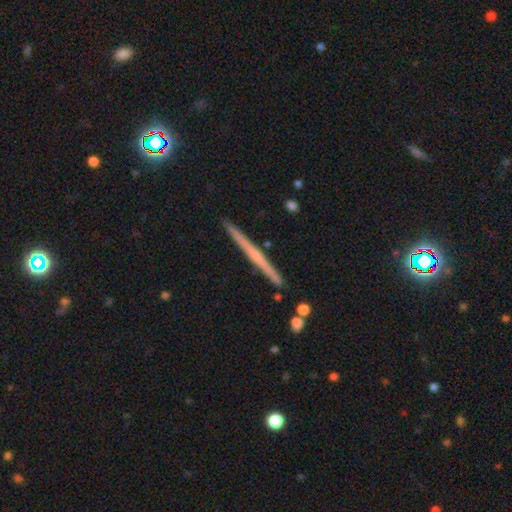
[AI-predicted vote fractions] Overall: featured or disk (60%; smooth 33%). Edge-on disk: yes (98%). Edge-on bulge: none (76%). Merging: none (92%).